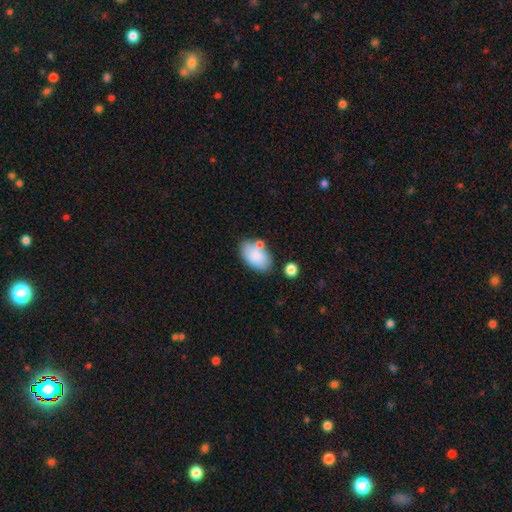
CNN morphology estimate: type=smooth (84%); roundness=in between (94%); merging=none (66%).